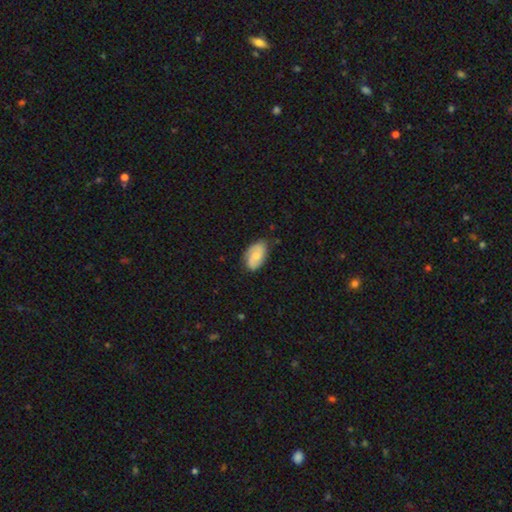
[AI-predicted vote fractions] The model was most divided on "smooth or featured": smooth: 51%, featured or disk: 43%, star or artifact: 7%. More confident: how rounded — in between (91%); merging — none (70%).